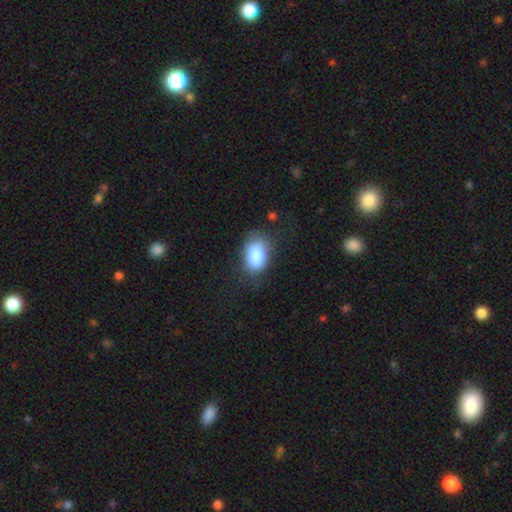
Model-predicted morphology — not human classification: Overall: smooth (85%). How rounded: in between (88%). Merging: none (67%).